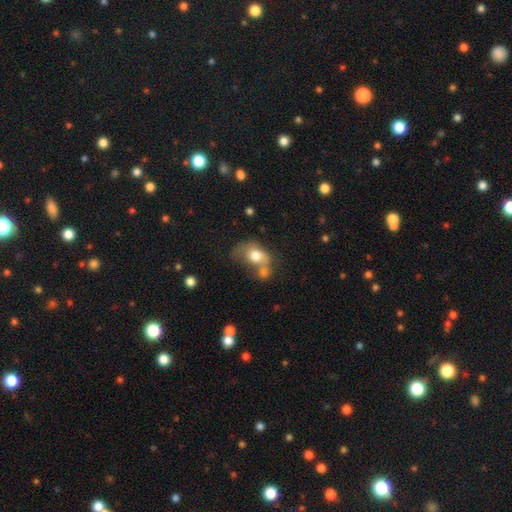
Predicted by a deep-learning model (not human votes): Overall: smooth (71%). How rounded: in between (68%; round 30%). Merging: merger (43%; none 22%).